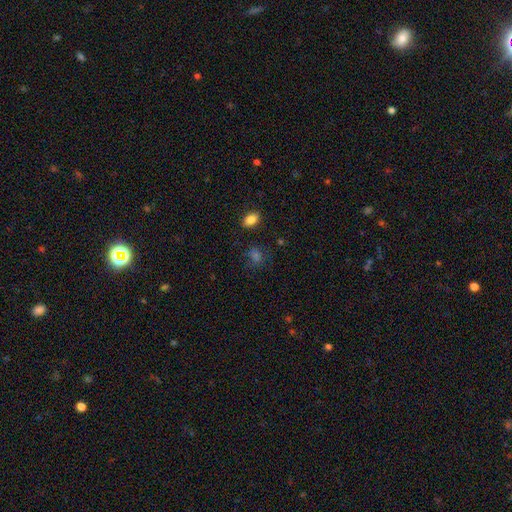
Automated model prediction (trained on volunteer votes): smooth-or-featured: smooth: 63% | star or artifact: 28% | featured or disk: 9%
  how-rounded: in between: 55% | round: 43% | cigar-shaped: 2%
  merging: none: 77% | minor disturbance: 14% | major disturbance: 6% | merger: 3%